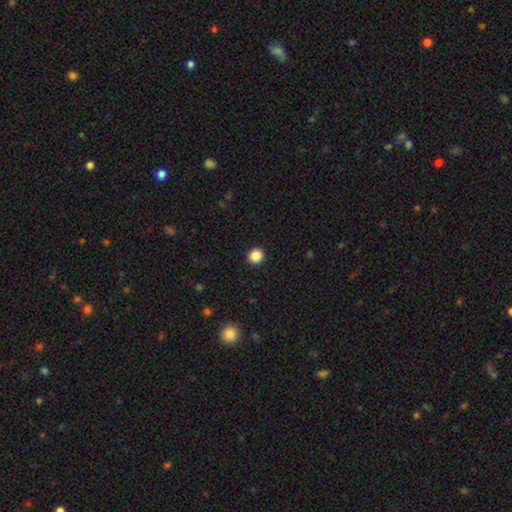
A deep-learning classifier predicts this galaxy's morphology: The model was most divided on "smooth or featured": smooth: 87%, star or artifact: 10%, featured or disk: 3%. More confident: merging — none (93%); how rounded — round (89%).